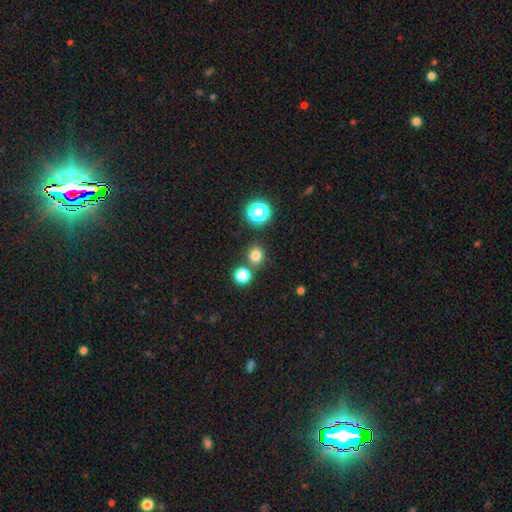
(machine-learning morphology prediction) A smooth galaxy with no disk features (77%) that is round (81%). Merging: none (75%).